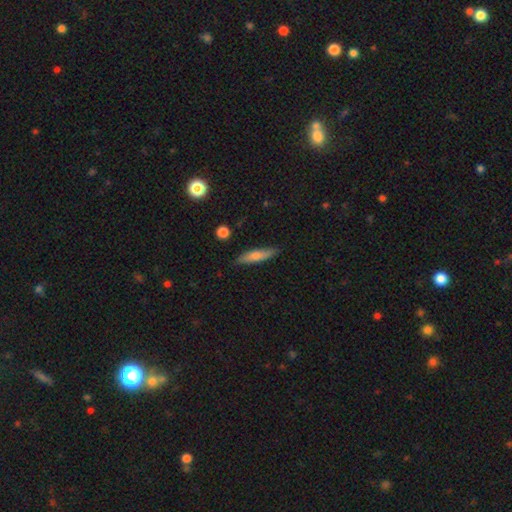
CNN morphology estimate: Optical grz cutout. It shows a smooth galaxy with no disk features (69%) that is cigar-shaped (82%). Merging: none (86%).